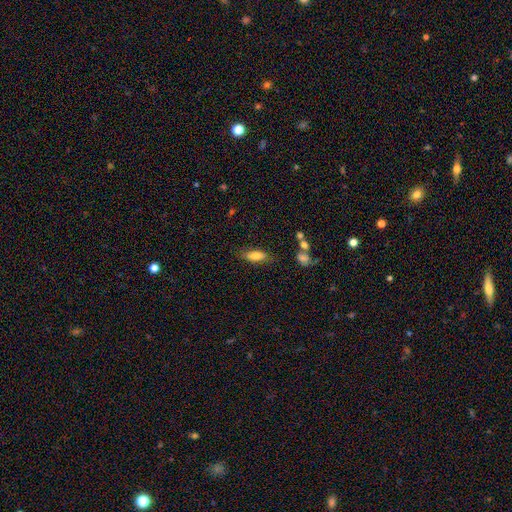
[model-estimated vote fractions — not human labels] A smooth galaxy with no disk features (78%) that is in between round and cigar-shaped (73%). Merging: none (75%).